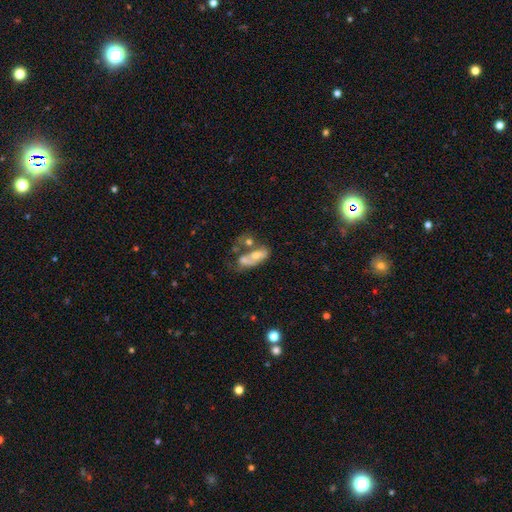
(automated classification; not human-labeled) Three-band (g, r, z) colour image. It shows a featured or disk galaxy (49%). Merging: merger (38%).